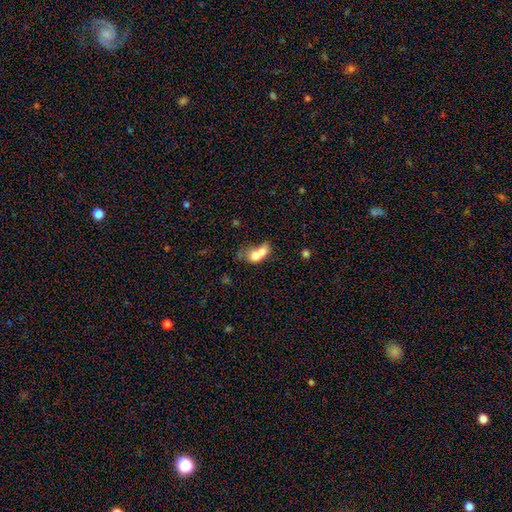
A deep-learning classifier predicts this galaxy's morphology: Q: Smooth or featured?
A: smooth (68%); runner-up: featured or disk (23%)
Q: How rounded?
A: in between (57%); runner-up: round (40%)
Q: Merging?
A: merger (76%); runner-up: none (13%)